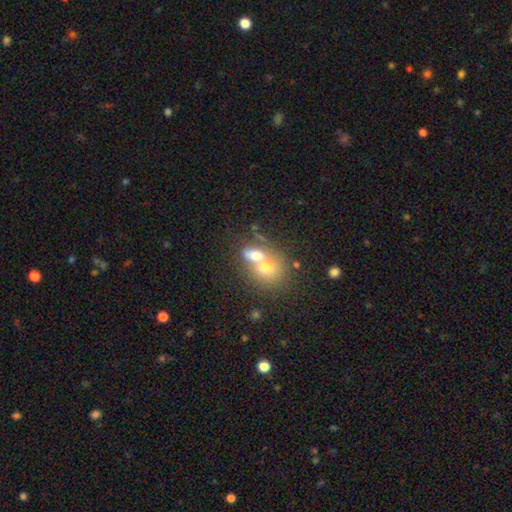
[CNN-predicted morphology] type=smooth (65%); roundness=in between (57%); merging=merger (71%).